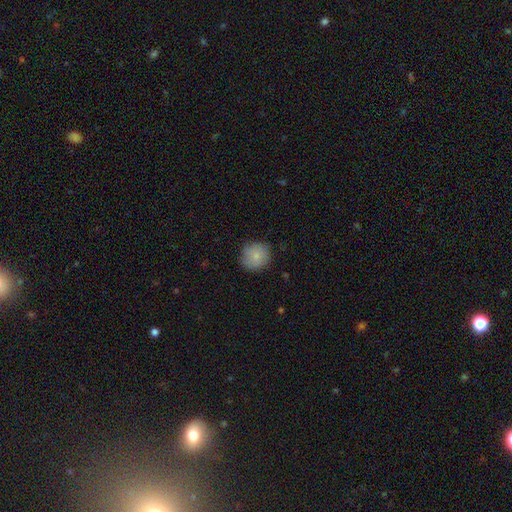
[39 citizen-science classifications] A smooth galaxy with no disk features (87%) that is round (94%). Merging: none (74%).